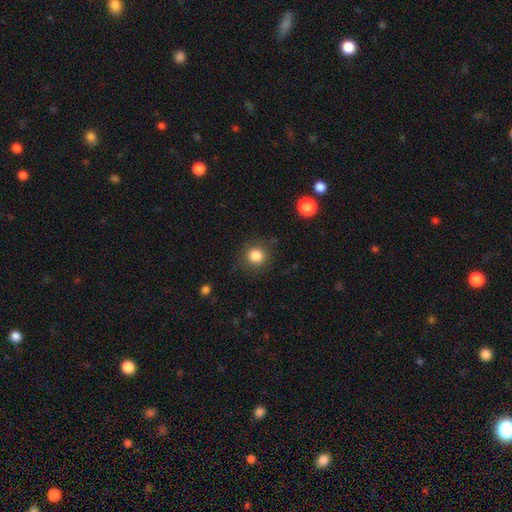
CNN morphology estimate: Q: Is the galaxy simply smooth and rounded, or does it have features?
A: smooth — 84%.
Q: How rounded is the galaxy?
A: round — 89%.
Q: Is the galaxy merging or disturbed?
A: none — 83%.